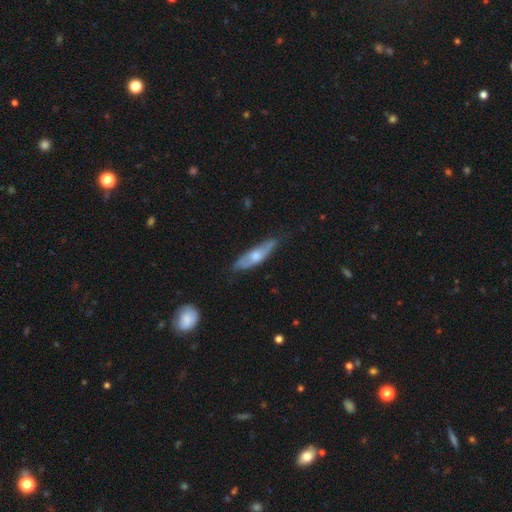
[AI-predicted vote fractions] Morphology: type=featured or disk (50%); edge-on=yes (60%); merging=none (63%).